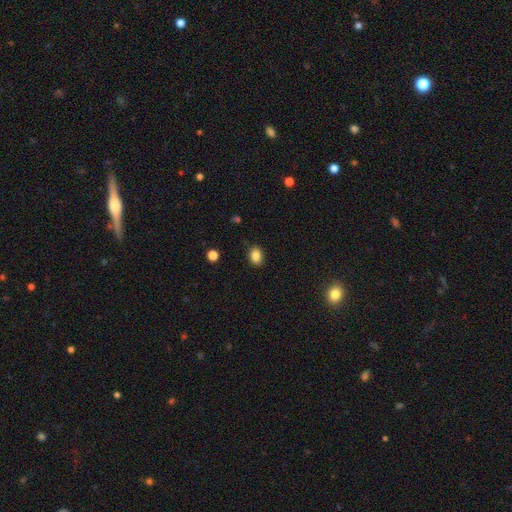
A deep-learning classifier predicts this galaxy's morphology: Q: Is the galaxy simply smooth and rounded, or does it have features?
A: smooth — 86%.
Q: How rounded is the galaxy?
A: in between — 71%.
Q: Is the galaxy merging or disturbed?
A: none — 85%.